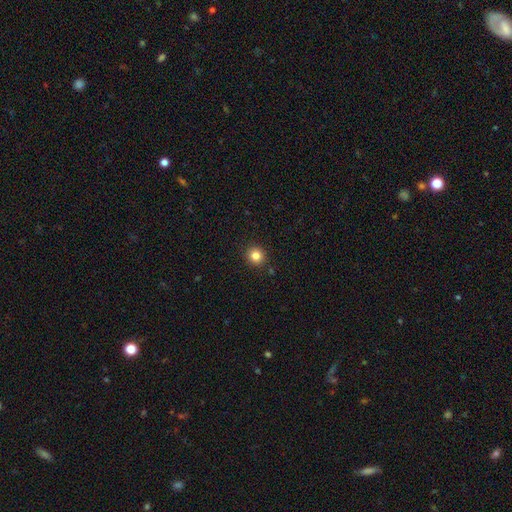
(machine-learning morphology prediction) This is clearly a smooth galaxy (83%). How rounded: clearly round (91%). Merging: clearly none (91%).